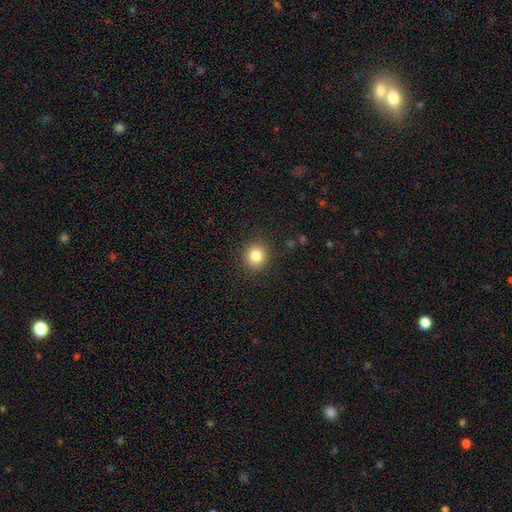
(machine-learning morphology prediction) Q: Smooth or featured?
A: smooth (83%); runner-up: star or artifact (11%)
Q: How rounded?
A: round (85%); runner-up: in between (14%)
Q: Merging?
A: none (90%); runner-up: minor disturbance (6%)